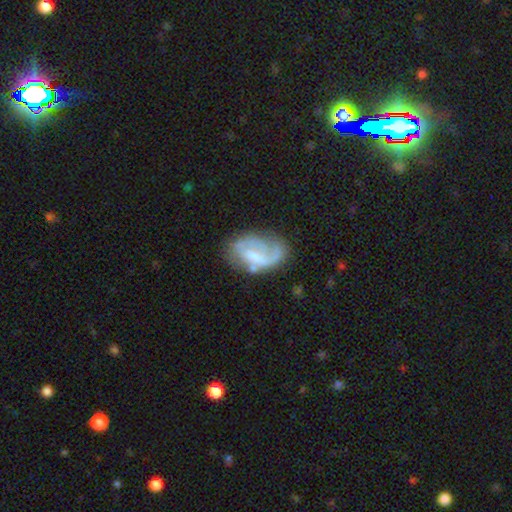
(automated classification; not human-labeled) Smooth or featured? featured or disk (69%)
Edge-on disk? no (97%)
Bar? weak (48%)
Spiral arms? yes (82%)
Spiral winding? medium (39%)
Spiral arm count? 1 (41%, tied with 2)
Bulge size? none (36%)
Merging? none (49%)